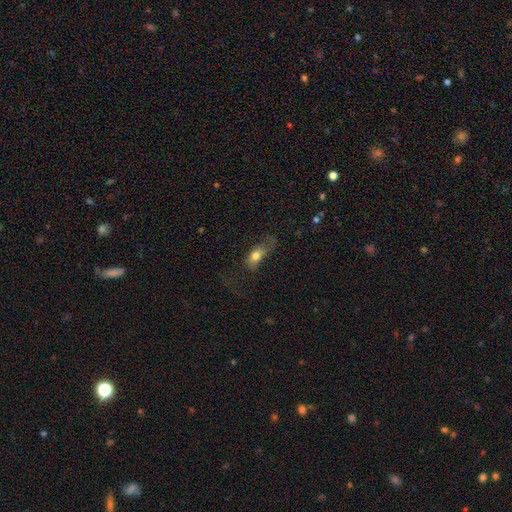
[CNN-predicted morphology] This appears to be a smooth galaxy with no disk features (68%) that is in between round and cigar-shaped (79%). Merging: major disturbance (43%).